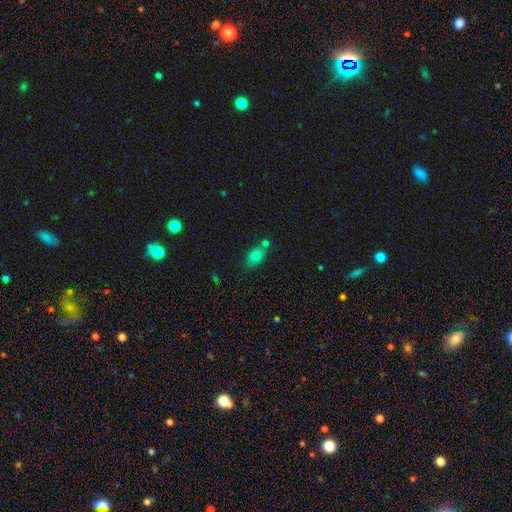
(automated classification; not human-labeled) A smooth galaxy with no disk features (78%) that is in between round and cigar-shaped (69%). Merging: none (53%).